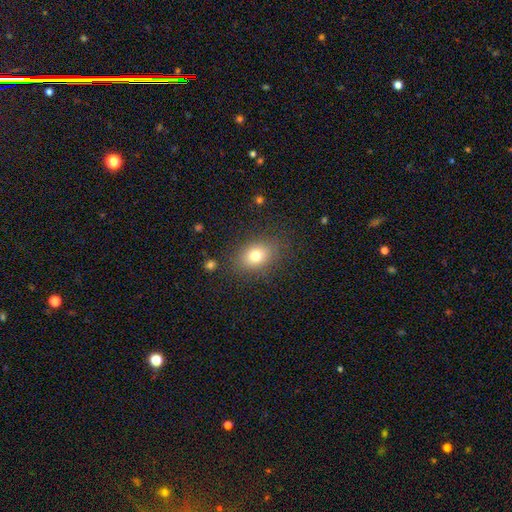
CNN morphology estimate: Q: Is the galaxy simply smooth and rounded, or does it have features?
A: smooth — 77%.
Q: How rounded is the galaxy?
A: in between — 64%.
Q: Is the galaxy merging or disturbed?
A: none — 83%.